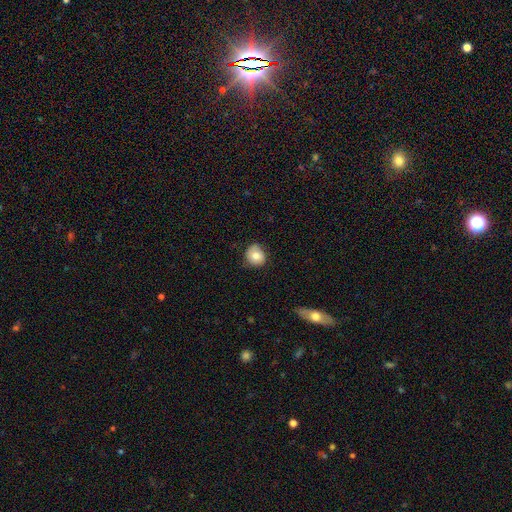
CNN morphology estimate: This appears to be a smooth galaxy with no disk features (76%) that is round (82%). Merging: none (70%).